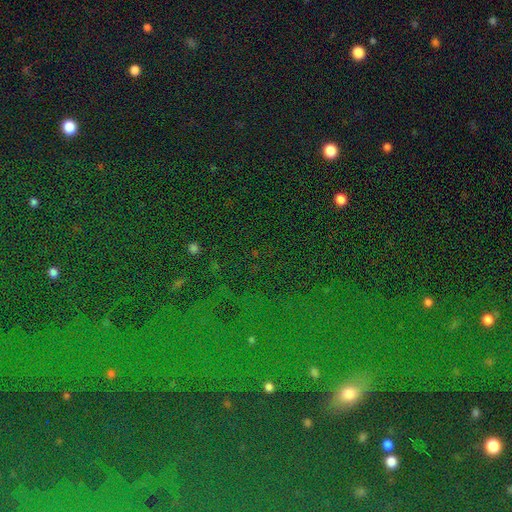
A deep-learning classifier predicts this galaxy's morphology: A star or artifact, not a galaxy (79%).